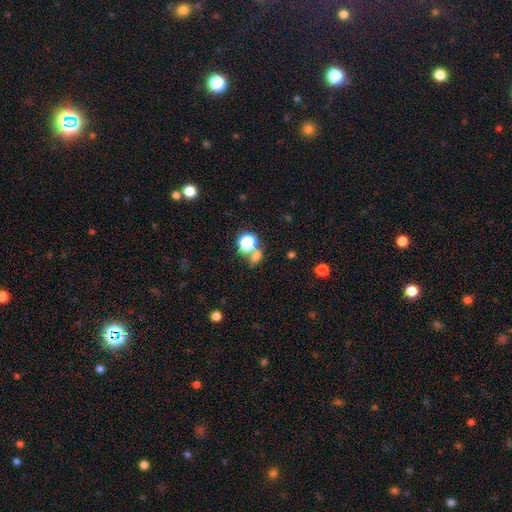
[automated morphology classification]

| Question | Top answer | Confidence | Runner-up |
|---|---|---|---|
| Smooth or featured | smooth | 63% | star or artifact (28%) |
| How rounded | round | 54% | in between (44%) |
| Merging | none | 56% | merger (29%) |